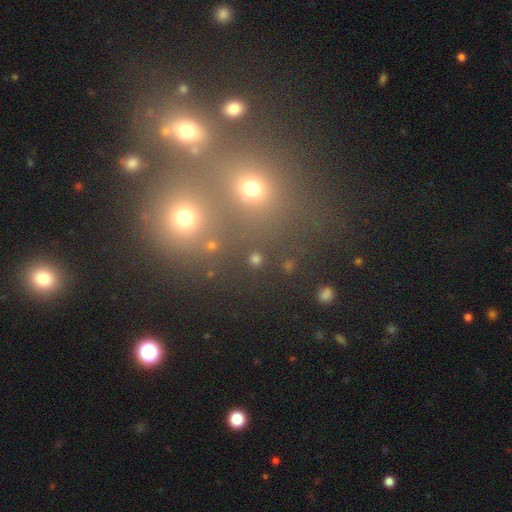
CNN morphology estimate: smooth-or-featured: smooth: 59% | star or artifact: 31% | featured or disk: 10%
  how-rounded: round: 80% | in between: 18% | cigar-shaped: 2%
  merging: none: 59% | merger: 29% | minor disturbance: 7% | major disturbance: 5%